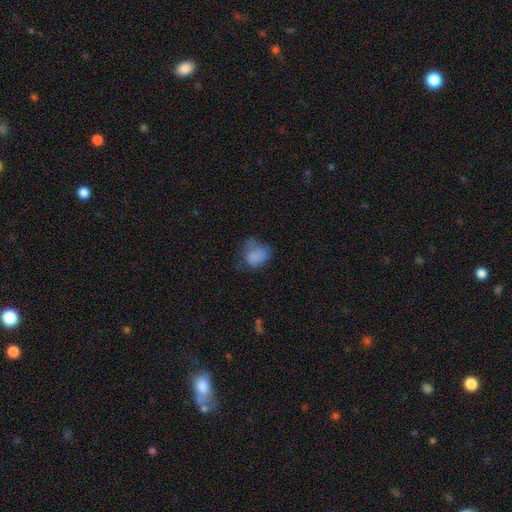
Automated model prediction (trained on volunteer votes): Smooth or featured?
  - smooth: 74% *
  - featured or disk: 15%
  - star or artifact: 11%
How rounded?
  - in between: 53% *
  - round: 46%
  - cigar-shaped: 1%
Merging?
  - none: 34% *
  - minor disturbance: 31%
  - major disturbance: 30%
  - merger: 4%